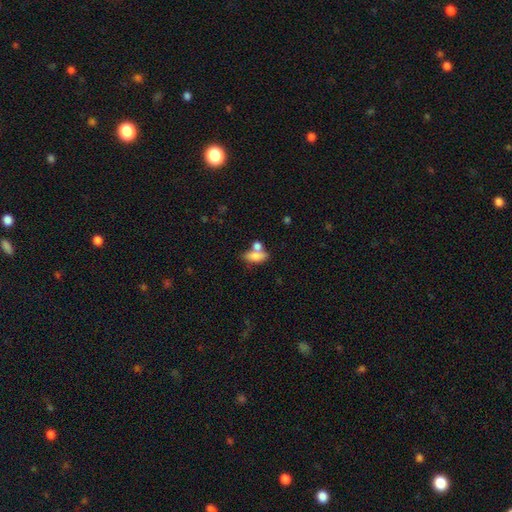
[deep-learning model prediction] Smooth or featured? Predicted: smooth (p=0.75). How rounded? Predicted: in between (p=0.79). Merging? Predicted: merger (p=0.44).